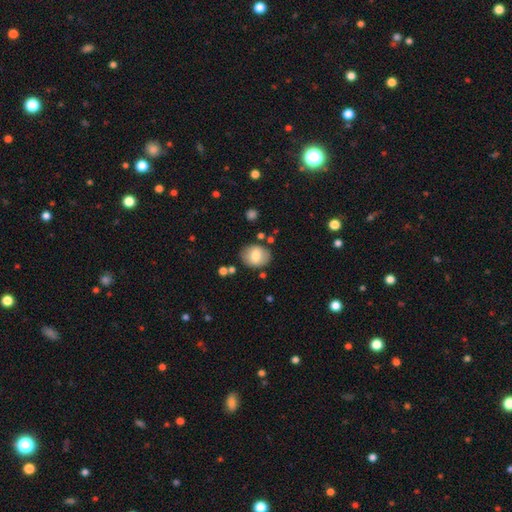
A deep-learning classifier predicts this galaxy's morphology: This appears to be a smooth galaxy with no disk features (71%) that is round (51%). Merging: none (81%).